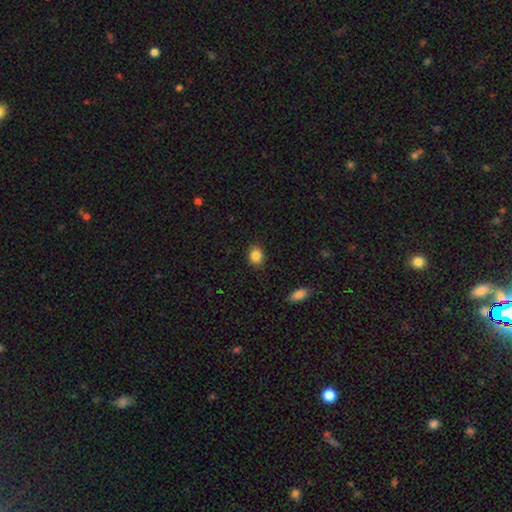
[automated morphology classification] Overall: smooth (85%). How rounded: round (60%; in between 39%). Merging: none (89%).